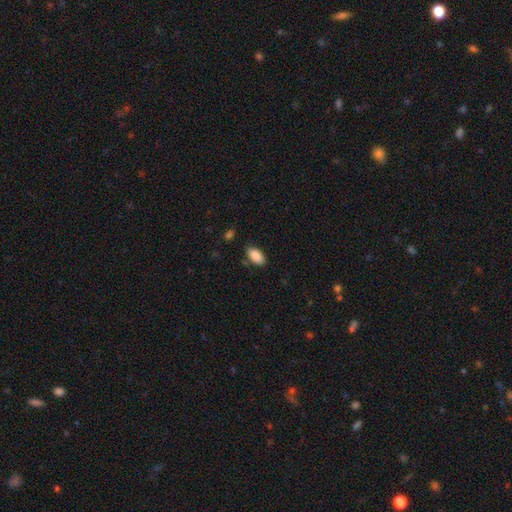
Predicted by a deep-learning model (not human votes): A smooth galaxy with no disk features (89%) that is in between round and cigar-shaped (94%).

Vote fractions:
- Smooth or featured? smooth: 89% / star or artifact: 7% / featured or disk: 4%
- How rounded? in between: 94% / cigar-shaped: 3% / round: 3%
- Merging? none: 82% / minor disturbance: 13% / major disturbance: 3% / merger: 2%